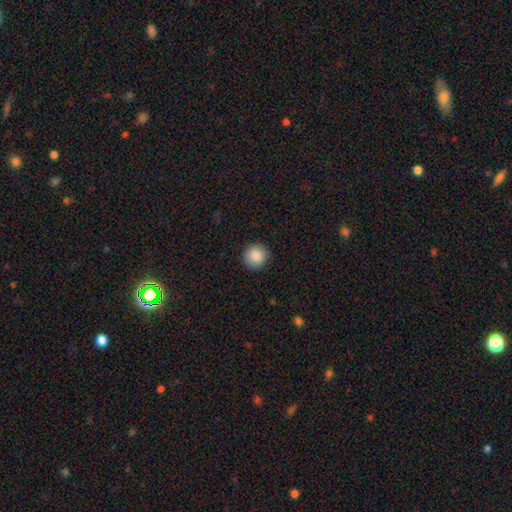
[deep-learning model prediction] smooth_or_featured: smooth (p=0.88) [alt: star or artifact p=0.08]
how_rounded: round (p=0.94) [alt: in between p=0.05]
merging: none (p=0.90) [alt: minor disturbance p=0.07]